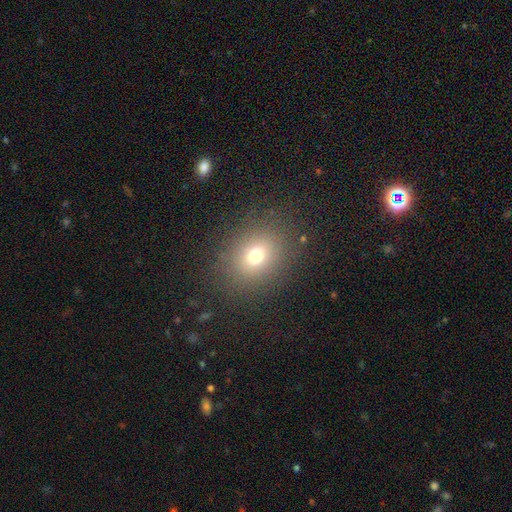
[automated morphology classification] Overall: smooth (70%). How rounded: round (59%; in between 40%). Merging: none (84%).